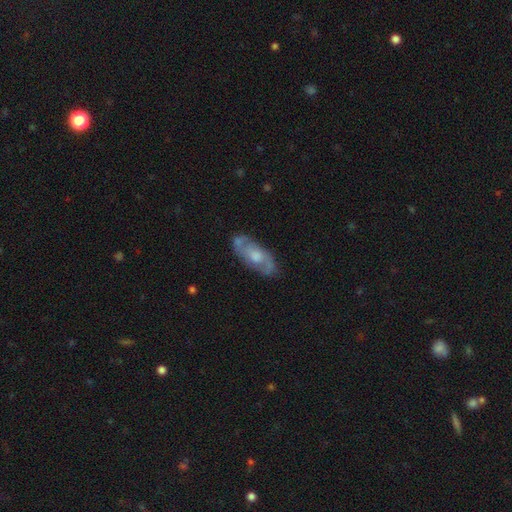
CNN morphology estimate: Smooth or featured? featured or disk (66%)
Edge-on disk? no (86%)
Bar? no (67%)
Spiral arms? yes (74%)
Bulge size? moderate (50%)
Merging? none (75%)